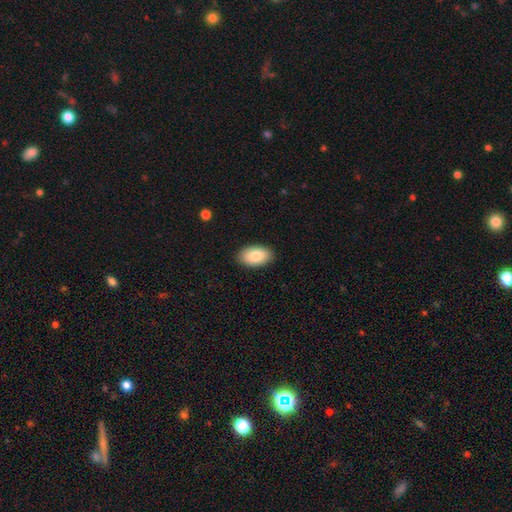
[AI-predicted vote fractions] A smooth galaxy with no disk features (84%) that is in between round and cigar-shaped (94%).

Vote fractions:
- Smooth or featured? smooth: 84% / featured or disk: 9% / star or artifact: 6%
- How rounded? in between: 94% / round: 5% / cigar-shaped: 1%
- Merging? none: 88% / minor disturbance: 9% / major disturbance: 2% / merger: 1%